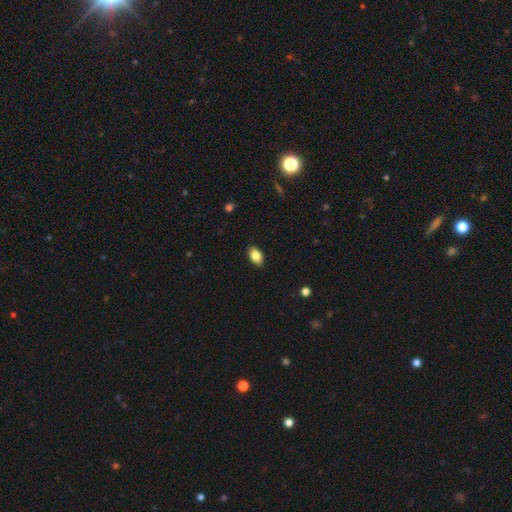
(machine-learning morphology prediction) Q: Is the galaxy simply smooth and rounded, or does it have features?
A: smooth — 84%.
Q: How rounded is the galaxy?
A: in between — 91%.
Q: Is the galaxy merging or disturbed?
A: none — 88%.